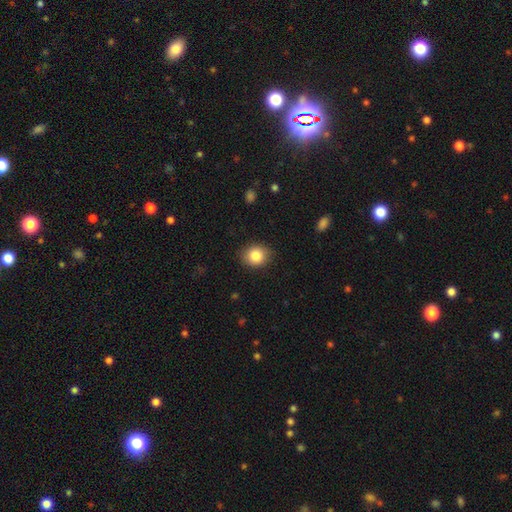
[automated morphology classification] Smooth or featured? smooth (85%)
How rounded? round (66%)
Merging? none (86%)